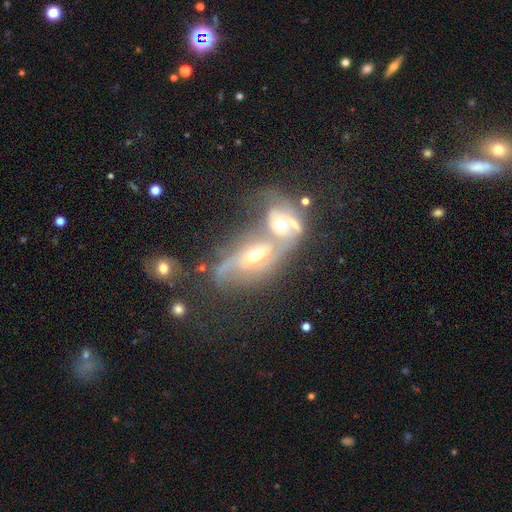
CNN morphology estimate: smooth_or_featured: featured or disk (p=0.70) [alt: smooth p=0.20]
disk_edge_on: no (p=0.91) [alt: yes p=0.09]
bar: no (p=0.53) [alt: weak p=0.33]
has_spiral_arms: yes (p=0.77) [alt: no p=0.23]
bulge_size: moderate (p=0.66) [alt: small p=0.20]
merging: merger (p=0.76) [alt: none p=0.11]